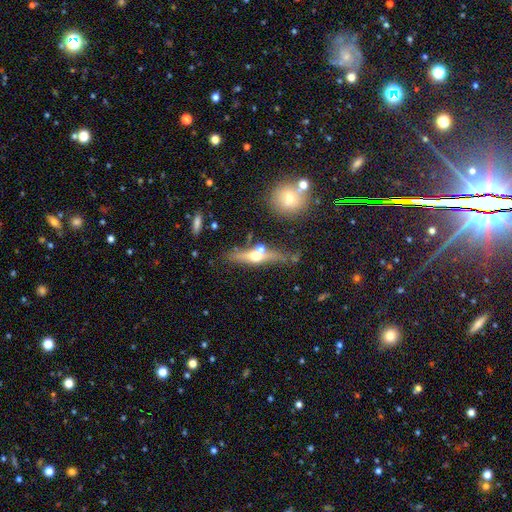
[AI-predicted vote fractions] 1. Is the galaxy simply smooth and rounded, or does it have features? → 62% featured or disk, 30% smooth, 8% star or artifact.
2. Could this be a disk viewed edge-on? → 88% yes, 12% no.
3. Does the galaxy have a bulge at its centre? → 95% rounded, 3% none, 2% boxy.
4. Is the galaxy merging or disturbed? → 63% none, 18% merger, 14% minor disturbance, 5% major disturbance.